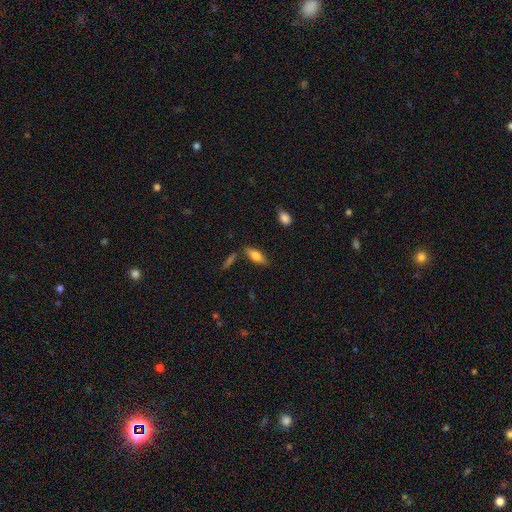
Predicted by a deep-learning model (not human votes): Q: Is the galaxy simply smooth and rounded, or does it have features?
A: smooth — 71%.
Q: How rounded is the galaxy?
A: in between — 66%.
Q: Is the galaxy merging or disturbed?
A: none — 79%.